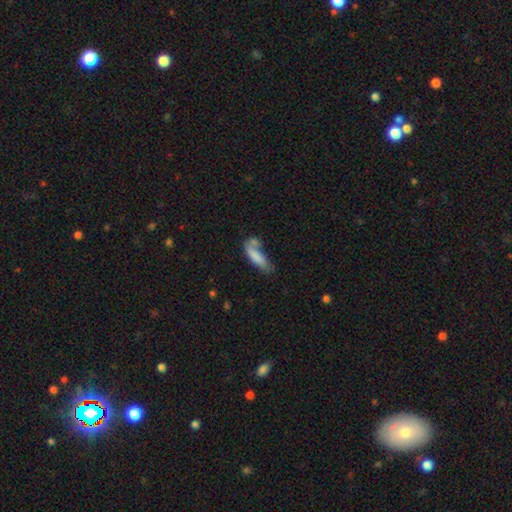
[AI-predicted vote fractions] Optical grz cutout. It shows a smooth galaxy with no disk features (79%) that is cigar-shaped (50%). Merging: none (41%).